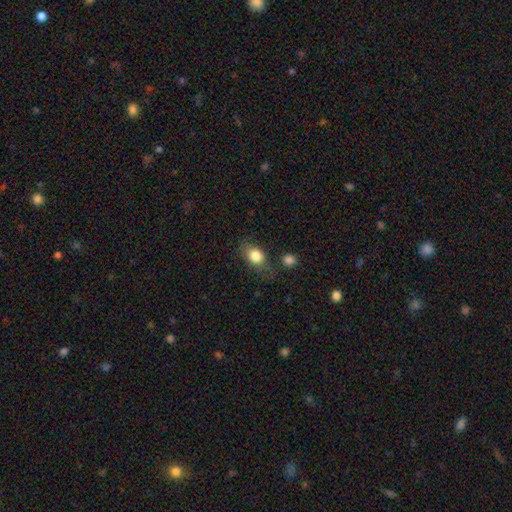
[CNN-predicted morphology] Smooth or featured?
  - smooth: 82% *
  - featured or disk: 10%
  - star or artifact: 9%
How rounded?
  - in between: 64% *
  - round: 33%
  - cigar-shaped: 2%
Merging?
  - none: 65% *
  - minor disturbance: 21%
  - major disturbance: 8%
  - merger: 6%